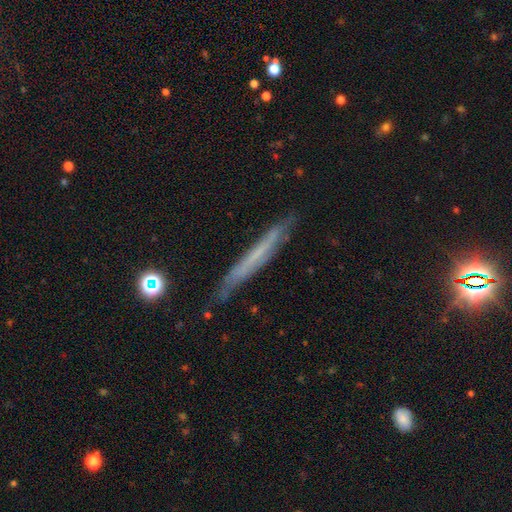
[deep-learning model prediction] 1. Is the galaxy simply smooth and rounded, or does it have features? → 47% featured or disk, 43% smooth, 10% star or artifact.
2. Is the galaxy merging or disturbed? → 82% none, 14% minor disturbance, 3% major disturbance, 2% merger.